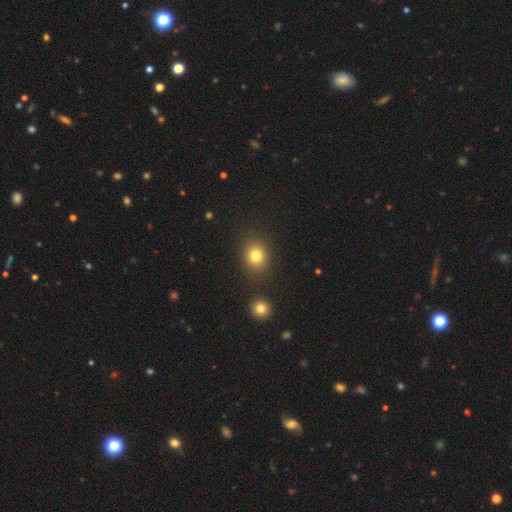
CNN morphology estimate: Smooth or featured? Predicted: smooth (p=0.81). How rounded? Predicted: round (p=0.68). Merging? Predicted: none (p=0.84).